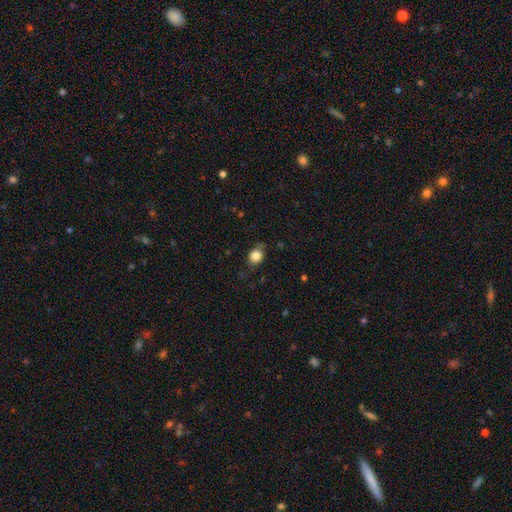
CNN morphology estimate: smooth_or_featured: smooth (p=0.83) [alt: star or artifact p=0.10]
how_rounded: round (p=0.72) [alt: in between p=0.27]
merging: none (p=0.72) [alt: minor disturbance p=0.21]